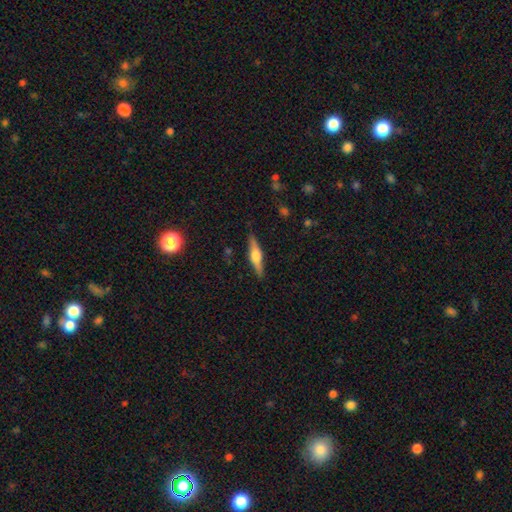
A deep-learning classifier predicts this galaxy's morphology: A featured or disk galaxy (62%) viewed edge-on (97%) with a rounded central bulge (89%). Merging: none (88%).